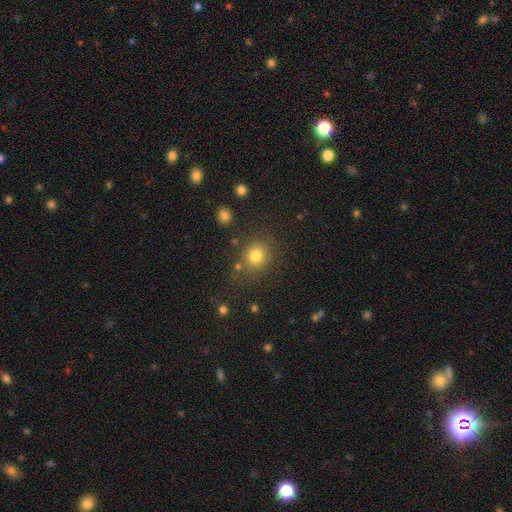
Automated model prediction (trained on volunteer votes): The model was most divided on "how rounded": round: 82%, in between: 17%, cigar-shaped: 1%. More confident: smooth or featured — smooth (79%); merging — none (79%).